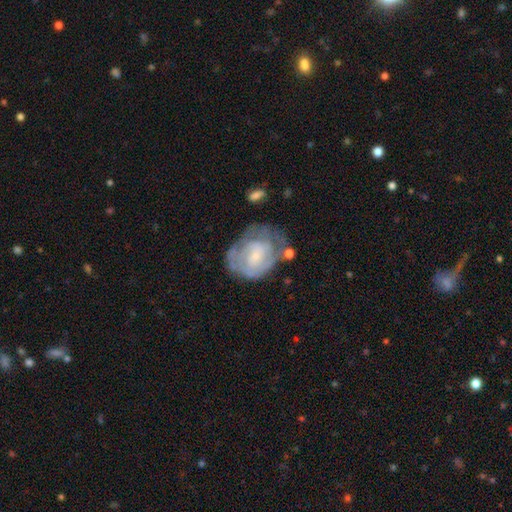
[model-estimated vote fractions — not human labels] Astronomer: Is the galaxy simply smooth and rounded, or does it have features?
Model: featured or disk — 69%.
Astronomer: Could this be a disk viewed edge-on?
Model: no — 97%.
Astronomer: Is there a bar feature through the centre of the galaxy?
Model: no — 59% (runner-up: weak, 35%).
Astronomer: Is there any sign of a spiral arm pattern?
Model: yes — 73%.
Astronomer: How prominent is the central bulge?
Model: small — 54%.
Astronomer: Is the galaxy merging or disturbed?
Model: none — 48% (runner-up: minor disturbance, 27%).